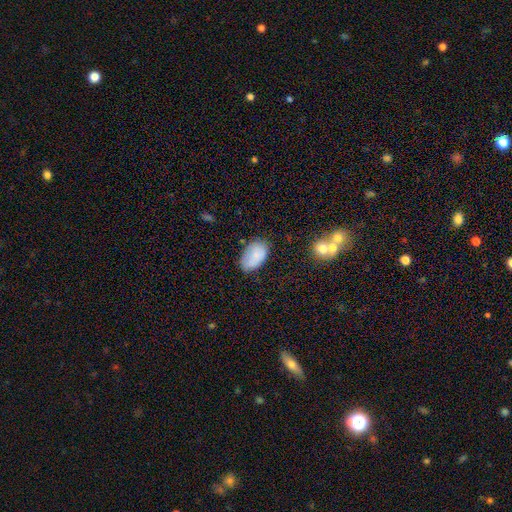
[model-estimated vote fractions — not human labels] A smooth galaxy with no disk features (82%) that is in between round and cigar-shaped (93%). Merging: none (67%).